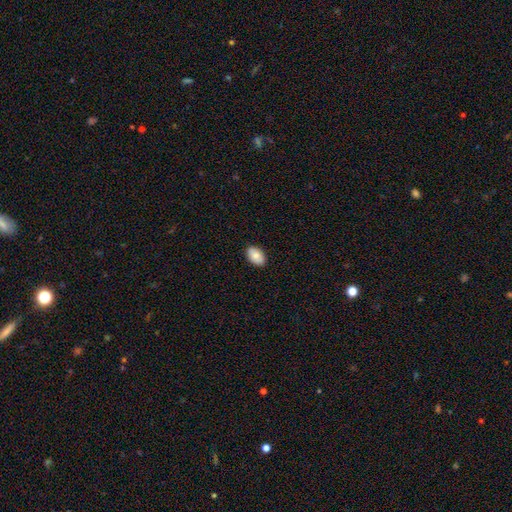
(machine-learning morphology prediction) Smooth or featured?
  - smooth: 81% *
  - featured or disk: 12%
  - star or artifact: 7%
How rounded?
  - in between: 91% *
  - round: 8%
  - cigar-shaped: 1%
Merging?
  - none: 88% *
  - minor disturbance: 9%
  - major disturbance: 2%
  - merger: 1%